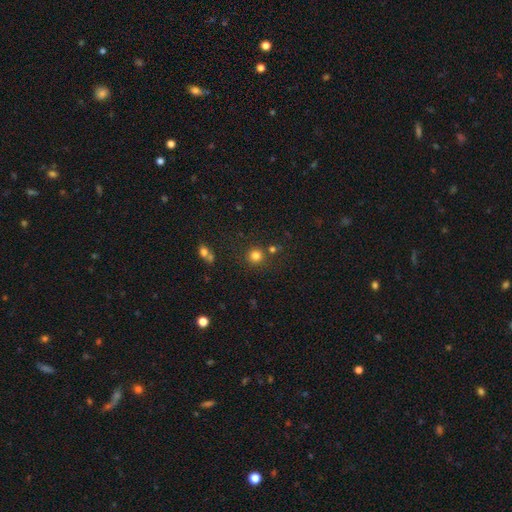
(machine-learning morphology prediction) This is likely a smooth galaxy (79%). How rounded: clearly round (92%). Merging: likely none (79%).